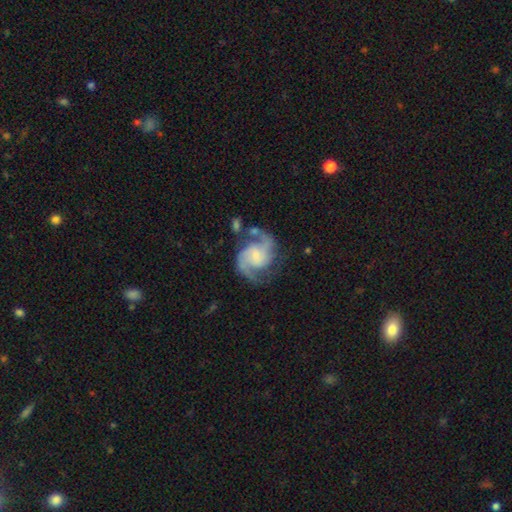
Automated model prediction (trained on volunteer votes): A featured or disk galaxy (90%) with no bar (48%), 2 (91%) medium (59%) spiral arms (98%) and a small central bulge (47%).

Vote fractions:
- Smooth or featured? featured or disk: 90% / smooth: 5% / star or artifact: 5%
- Edge-on disk? no: 98% / yes: 2%
- Bar? no: 48% / weak: 41% / strong: 11%
- Spiral arms? yes: 98% / no: 2%
- Spiral winding? medium: 59% / loose: 22% / tight: 19%
- Spiral arm count? 2: 91% / 3: 3% / can't tell: 2% / 1: 2% / 4: 1% / more than 4: 1%
- Bulge size? small: 47% / moderate: 24% / none: 20% / large: 7% / dominant: 2%
- Merging? none: 67% / minor disturbance: 17% / major disturbance: 10% / merger: 6%